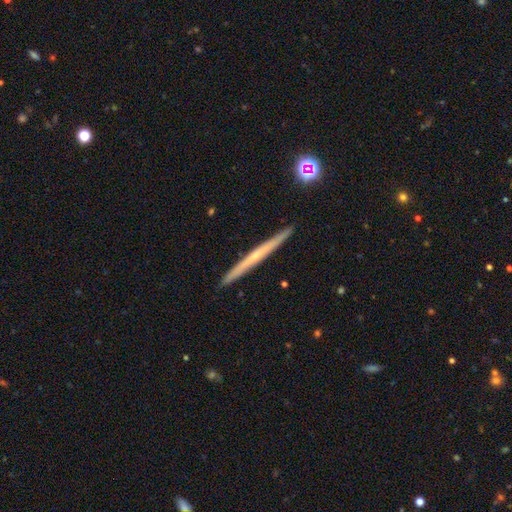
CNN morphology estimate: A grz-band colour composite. It shows a featured or disk galaxy (61%) viewed edge-on (98%) with no central bulge (65%). Merging: none (92%).